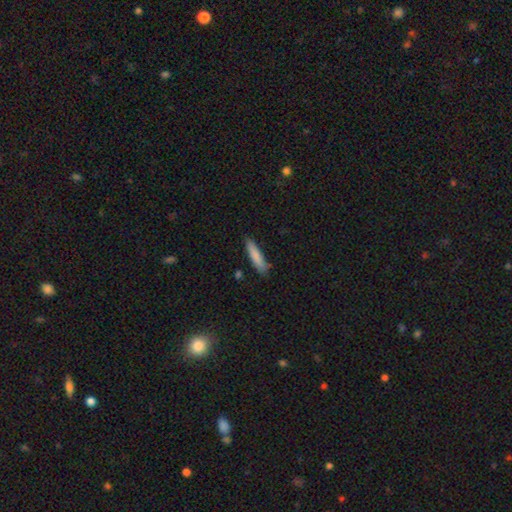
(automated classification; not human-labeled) Q: Smooth or featured?
A: smooth (84%); runner-up: featured or disk (11%)
Q: How rounded?
A: cigar-shaped (80%); runner-up: in between (19%)
Q: Merging?
A: none (80%); runner-up: minor disturbance (15%)